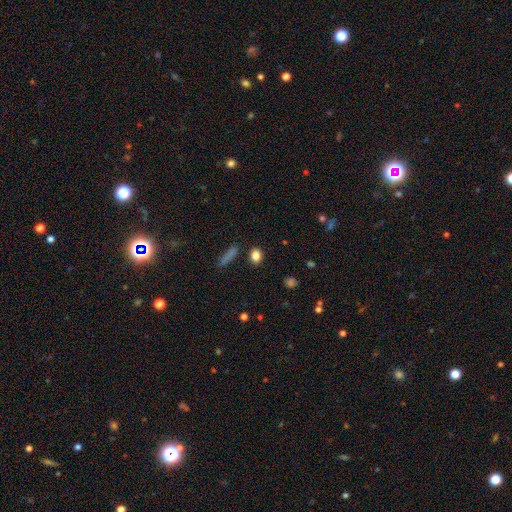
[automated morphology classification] Overall: smooth (84%). How rounded: in between (54%; round 41%). Merging: none (86%).